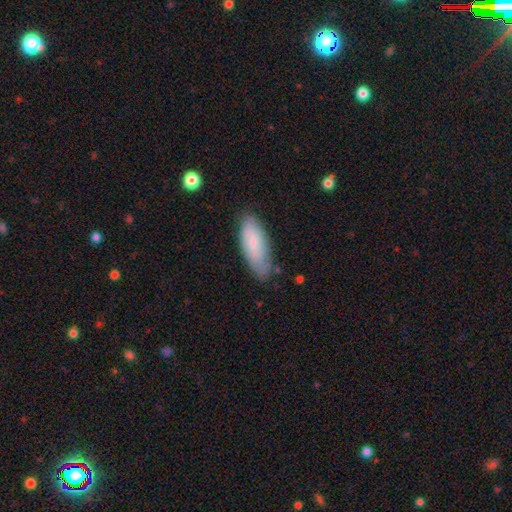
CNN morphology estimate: This appears to be a smooth galaxy with no disk features (69%) that is in between round and cigar-shaped (77%). Merging: none (70%).